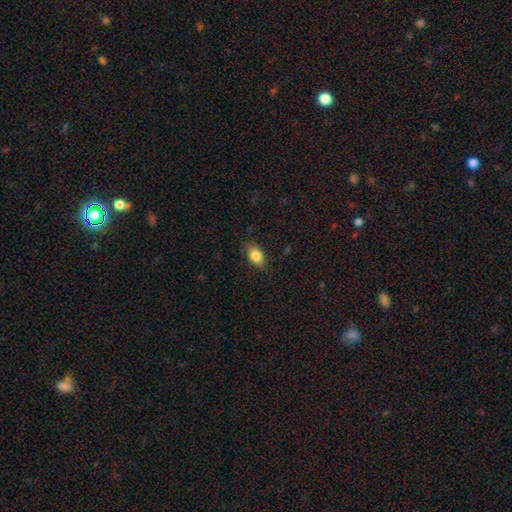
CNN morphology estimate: smooth 83%, featured or disk 9%, star or artifact 9%. Down the decision tree: how rounded — in between (81%); merging — none (78%).